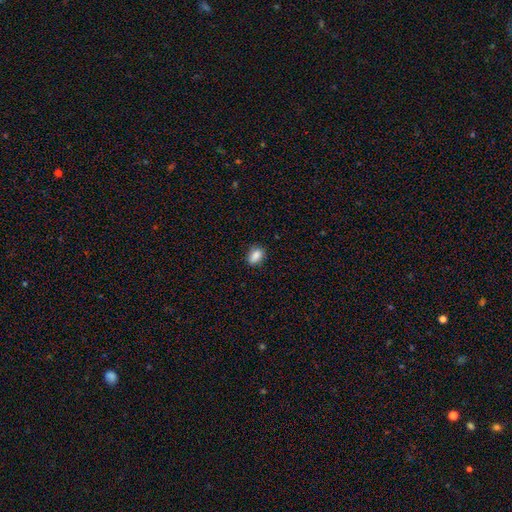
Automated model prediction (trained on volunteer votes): smooth-or-featured: smooth: 87% | star or artifact: 8% | featured or disk: 5%
  how-rounded: in between: 79% | round: 19% | cigar-shaped: 2%
  merging: none: 82% | minor disturbance: 15% | major disturbance: 3% | merger: 1%